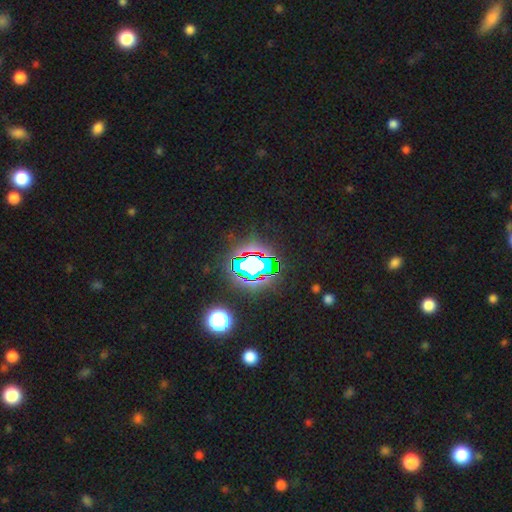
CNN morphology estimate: smooth_or_featured: star or artifact (p=0.81) [alt: smooth p=0.11]